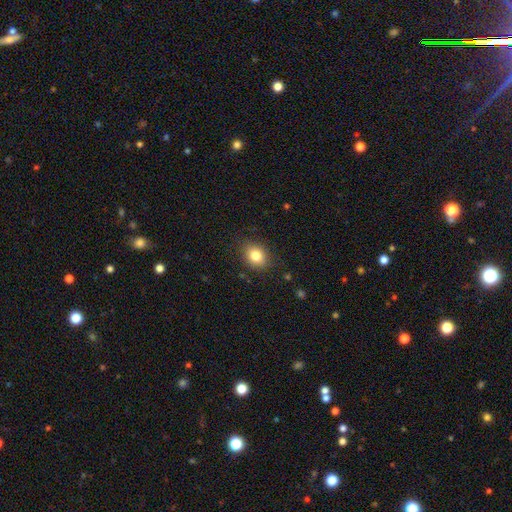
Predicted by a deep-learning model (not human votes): This is clearly a smooth galaxy (82%). How rounded: possibly round (50%). Merging: clearly none (85%).